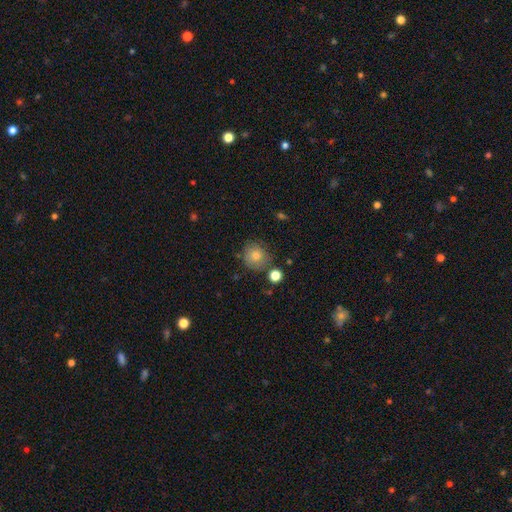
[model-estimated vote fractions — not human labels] Morphology: type=smooth (76%); roundness=round (88%); merging=none (76%).